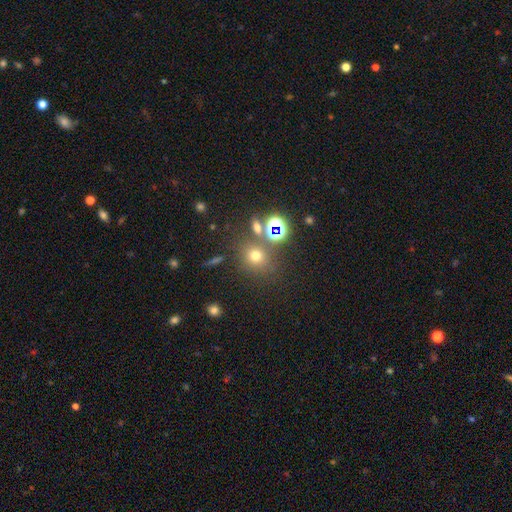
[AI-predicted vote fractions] A smooth galaxy with no disk features (64%) that is round (83%).

Vote fractions:
- Smooth or featured? smooth: 64% / star or artifact: 27% / featured or disk: 10%
- How rounded? round: 83% / in between: 16% / cigar-shaped: 1%
- Merging? none: 73% / merger: 12% / minor disturbance: 10% / major disturbance: 5%